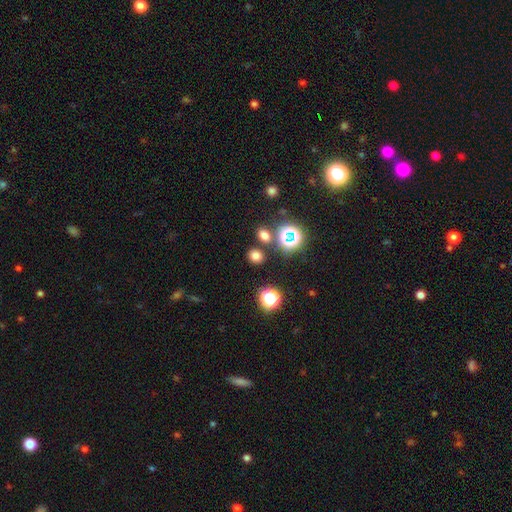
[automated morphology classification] smooth-or-featured: smooth: 72% | star or artifact: 22% | featured or disk: 5%
  how-rounded: round: 64% | in between: 35% | cigar-shaped: 1%
  merging: none: 81% | merger: 8% | minor disturbance: 8% | major disturbance: 3%